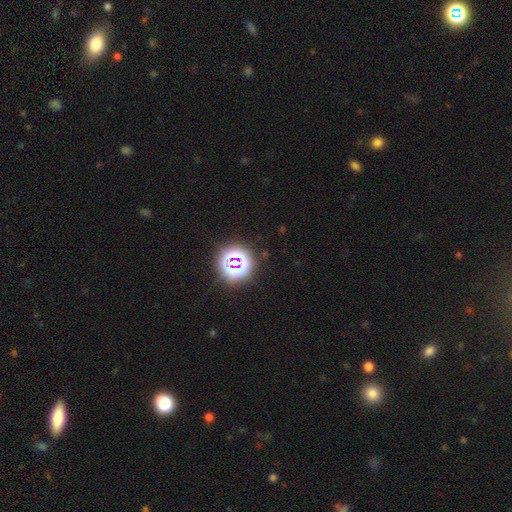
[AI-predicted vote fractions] A star or artifact, not a galaxy (76%).